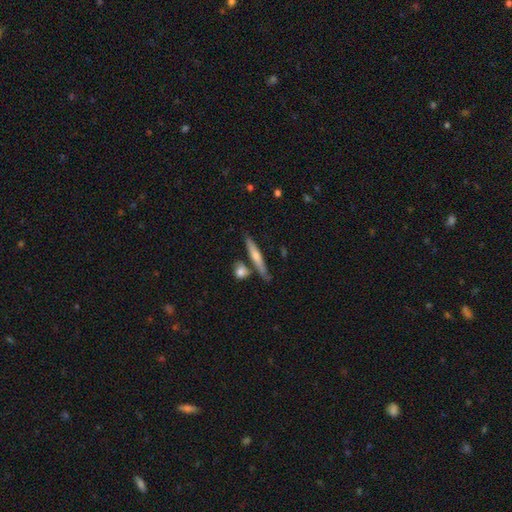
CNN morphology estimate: smooth_or_featured: featured or disk (p=0.55) [alt: smooth p=0.37]
disk_edge_on: yes (p=0.95) [alt: no p=0.05]
edge_on_bulge: rounded (p=0.66) [alt: none p=0.25]
merging: none (p=0.79) [alt: minor disturbance p=0.10]